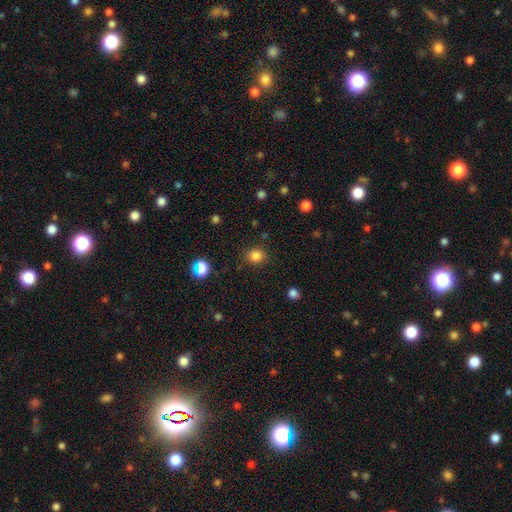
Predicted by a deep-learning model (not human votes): The model was most divided on "how rounded": round: 71%, in between: 28%, cigar-shaped: 1%. More confident: merging — none (84%); smooth or featured — smooth (84%).